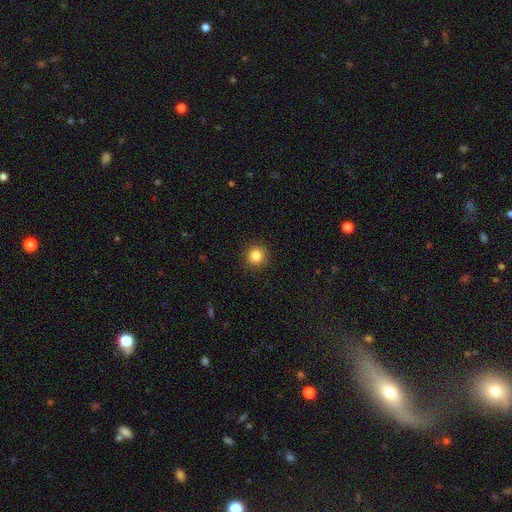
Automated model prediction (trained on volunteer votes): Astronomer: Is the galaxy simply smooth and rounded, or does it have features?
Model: smooth — 85%.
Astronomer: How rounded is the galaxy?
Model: round — 94%.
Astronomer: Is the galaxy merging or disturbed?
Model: none — 91%.